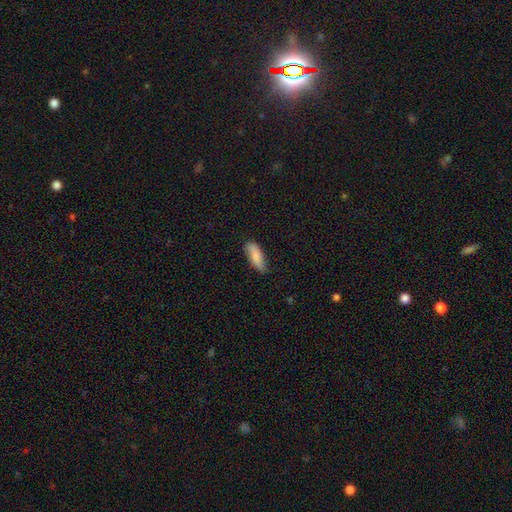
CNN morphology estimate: A smooth galaxy with no disk features (83%) that is in between round and cigar-shaped (67%). Merging: none (72%).